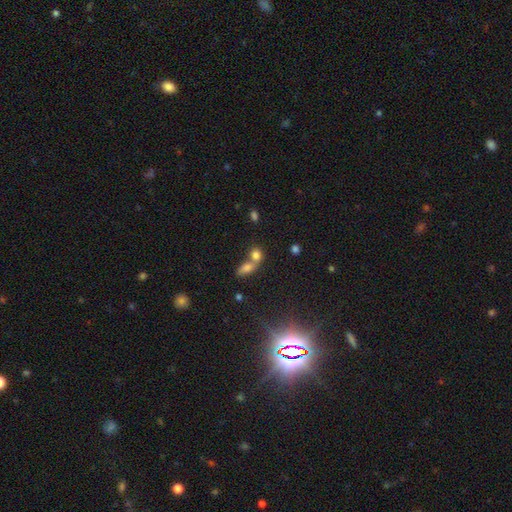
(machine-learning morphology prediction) smooth-or-featured: smooth: 76% | star or artifact: 12% | featured or disk: 11%
  how-rounded: in between: 51% | round: 45% | cigar-shaped: 4%
  merging: merger: 61% | none: 28% | minor disturbance: 7% | major disturbance: 4%